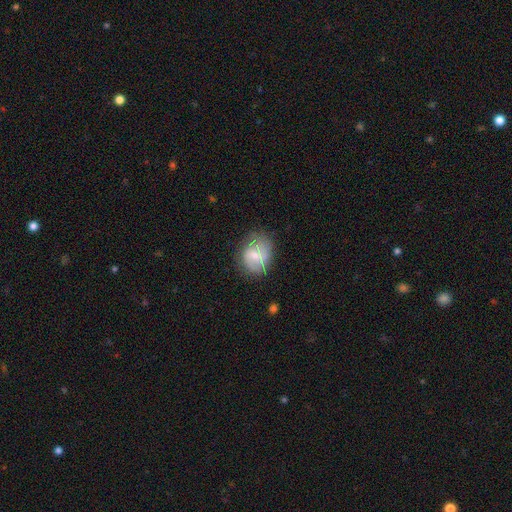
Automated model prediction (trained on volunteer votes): A smooth galaxy with no disk features (48%).

Vote fractions:
- Smooth or featured? smooth: 48% / featured or disk: 44% / star or artifact: 8%
- Merging? none: 59% / minor disturbance: 26% / major disturbance: 12% / merger: 2%